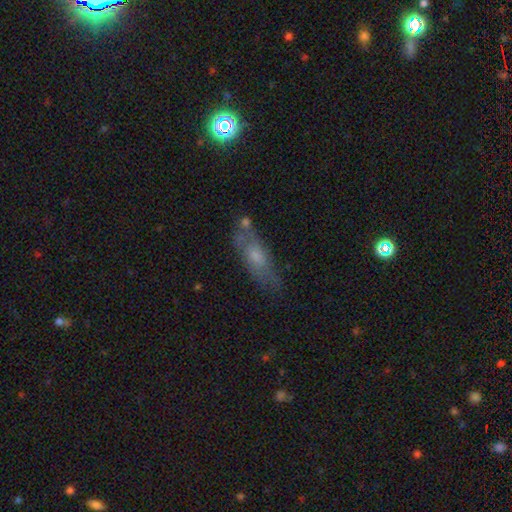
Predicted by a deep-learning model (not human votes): smooth-or-featured: smooth: 47% | featured or disk: 40% | star or artifact: 12%
  merging: none: 62% | minor disturbance: 21% | major disturbance: 8% | merger: 8%